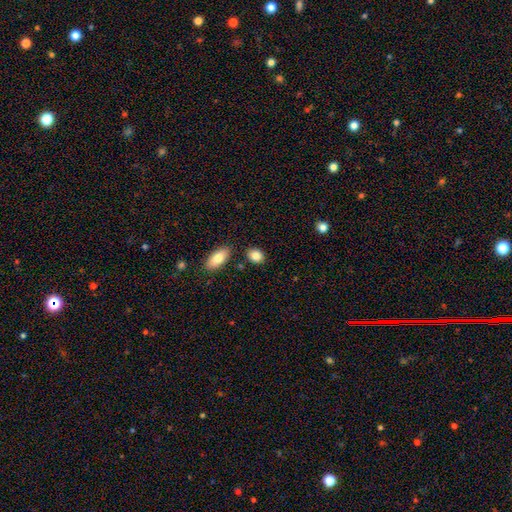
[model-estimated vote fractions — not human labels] A smooth galaxy with no disk features (84%) that is in between round and cigar-shaped (65%). Merging: none (80%).